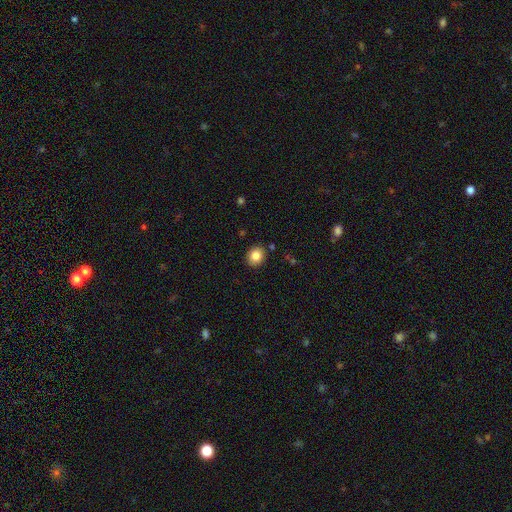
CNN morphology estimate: The model was most divided on "how rounded": round: 68%, in between: 31%, cigar-shaped: 1%. More confident: merging — none (88%); smooth or featured — smooth (84%).